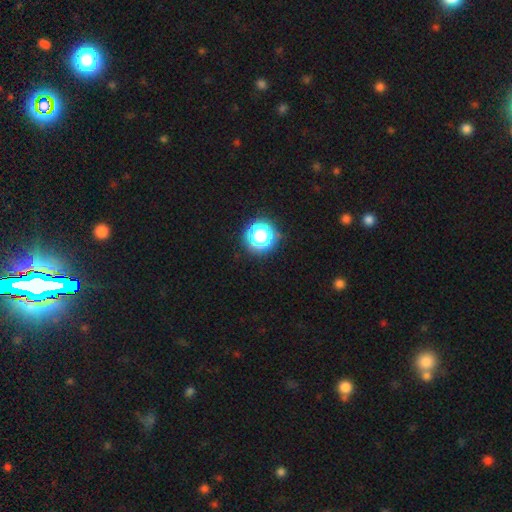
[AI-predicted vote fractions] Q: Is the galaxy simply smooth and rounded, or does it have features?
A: star or artifact — 79%.